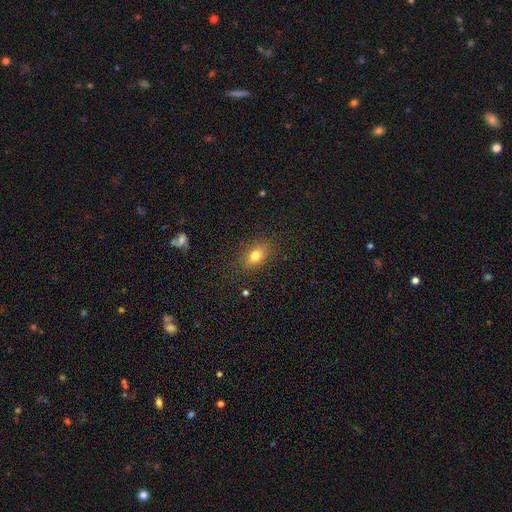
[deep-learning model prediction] Smooth or featured: smooth — 79% (star or artifact — 11%)
How rounded: in between — 80% (round — 17%)
Merging: none — 84% (minor disturbance — 11%)